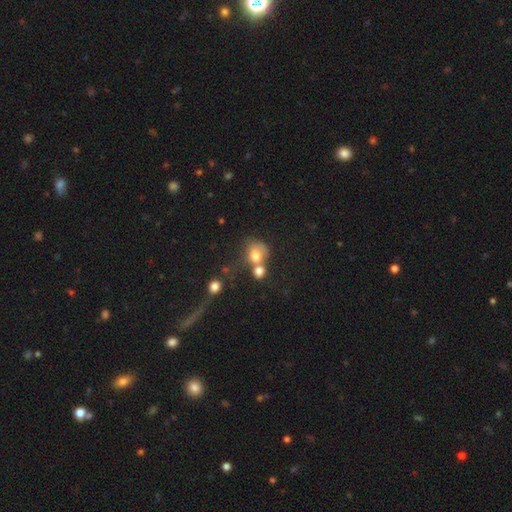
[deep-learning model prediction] Smooth or featured? smooth (72%)
How rounded? round (64%)
Merging? merger (53%)